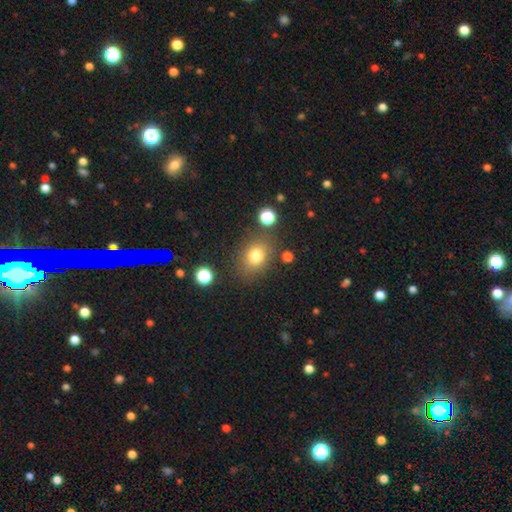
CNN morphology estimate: Smooth or featured? Predicted: smooth (p=0.77). How rounded? Predicted: in between (p=0.51). Merging? Predicted: none (p=0.78).